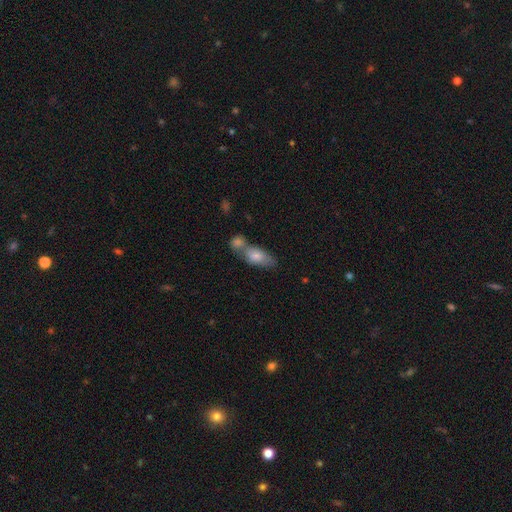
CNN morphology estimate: smooth_or_featured: smooth (p=0.74) [alt: featured or disk p=0.19]
how_rounded: in between (p=0.80) [alt: cigar-shaped p=0.13]
merging: merger (p=0.57) [alt: none p=0.28]